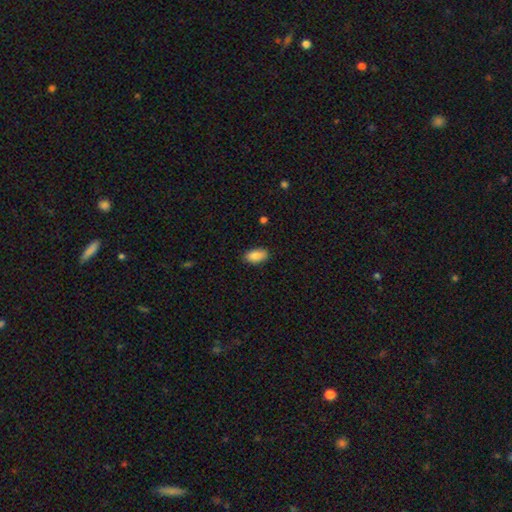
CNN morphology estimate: smooth_or_featured: smooth (p=0.88) [alt: star or artifact p=0.07]
how_rounded: in between (p=0.92) [alt: cigar-shaped p=0.04]
merging: none (p=0.85) [alt: minor disturbance p=0.12]